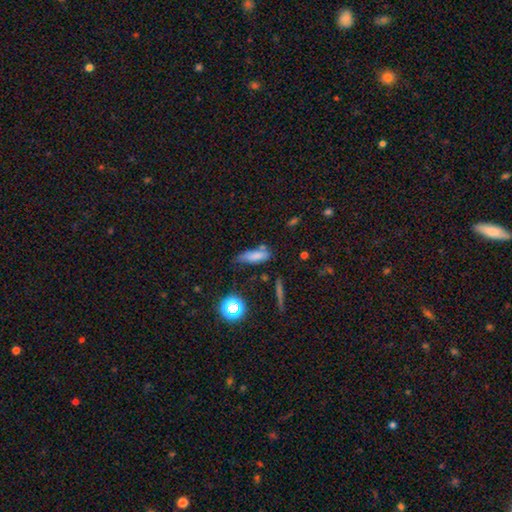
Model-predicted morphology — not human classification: Smooth or featured? smooth (74%)
How rounded? in between (62%)
Merging? none (51%)